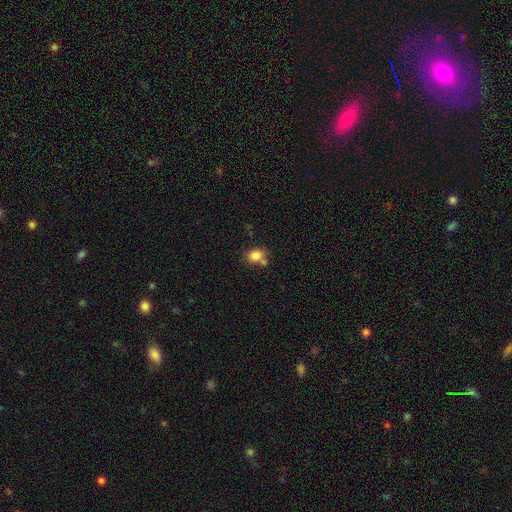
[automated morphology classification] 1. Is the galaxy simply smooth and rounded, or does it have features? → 82% smooth, 10% star or artifact, 8% featured or disk.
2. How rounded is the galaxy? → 52% in between, 47% round, 1% cigar-shaped.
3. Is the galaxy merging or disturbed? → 55% none, 23% merger, 16% minor disturbance, 5% major disturbance.